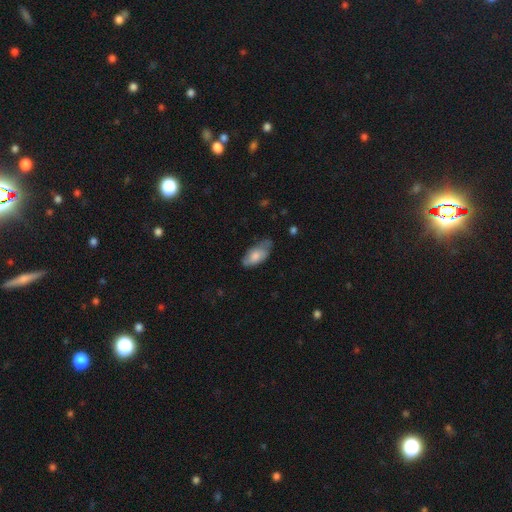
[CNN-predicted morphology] smooth 69%, featured or disk 24%, star or artifact 6%. Down the decision tree: how rounded — in between (88%); merging — none (52%).